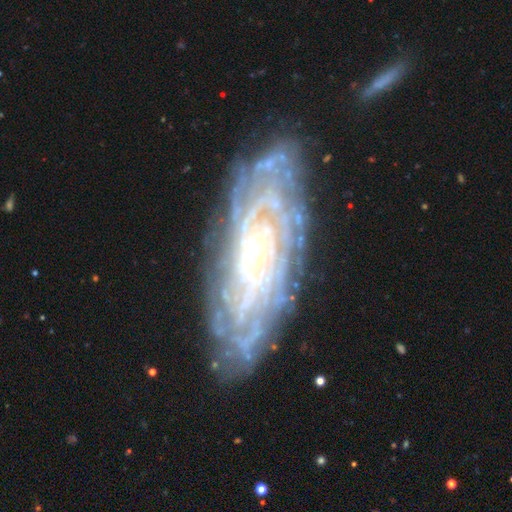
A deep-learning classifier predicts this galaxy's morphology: A featured or disk galaxy (86%) with no bar (74%), tight (81%) spiral arms (95%) and a small central bulge (81%). Merging: none (79%).